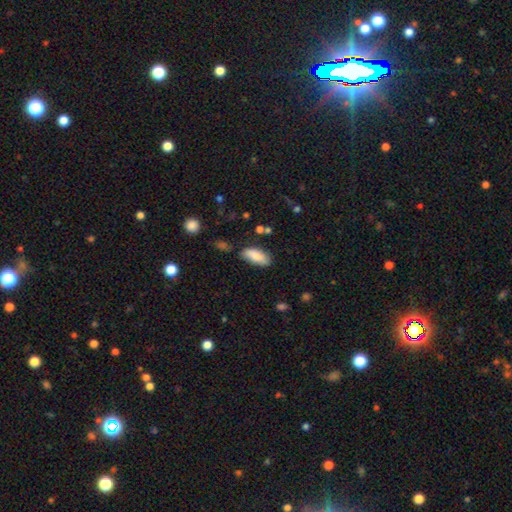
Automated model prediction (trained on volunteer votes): Q: Smooth or featured?
A: smooth (82%); runner-up: featured or disk (11%)
Q: How rounded?
A: in between (86%); runner-up: cigar-shaped (12%)
Q: Merging?
A: none (69%); runner-up: minor disturbance (22%)